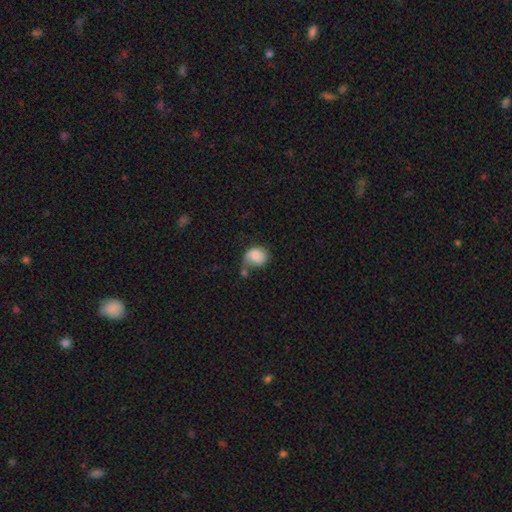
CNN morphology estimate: smooth 77%, featured or disk 15%, star or artifact 8%. Down the decision tree: how rounded — round (56%); merging — none (37%).